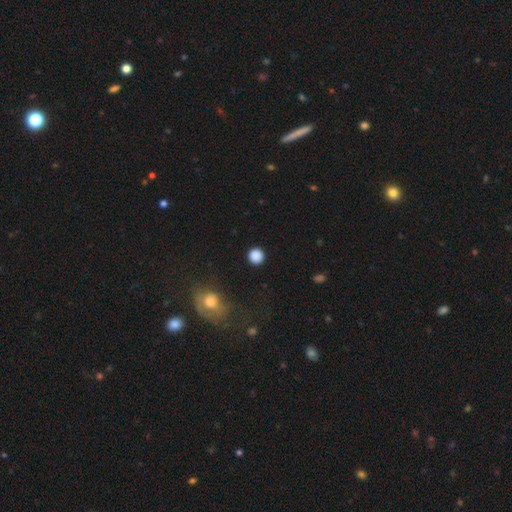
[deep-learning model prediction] Smooth or featured?
  - smooth: 86% *
  - star or artifact: 11%
  - featured or disk: 3%
How rounded?
  - round: 94% *
  - in between: 5%
  - cigar-shaped: 1%
Merging?
  - none: 91% *
  - minor disturbance: 6%
  - major disturbance: 2%
  - merger: 1%